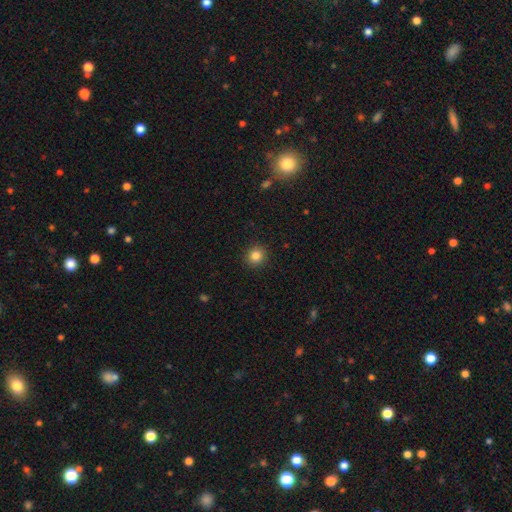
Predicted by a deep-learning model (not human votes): Smooth or featured?
  - smooth: 84% *
  - star or artifact: 11%
  - featured or disk: 5%
How rounded?
  - round: 91% *
  - in between: 8%
  - cigar-shaped: 1%
Merging?
  - none: 92% *
  - minor disturbance: 5%
  - major disturbance: 2%
  - merger: 1%